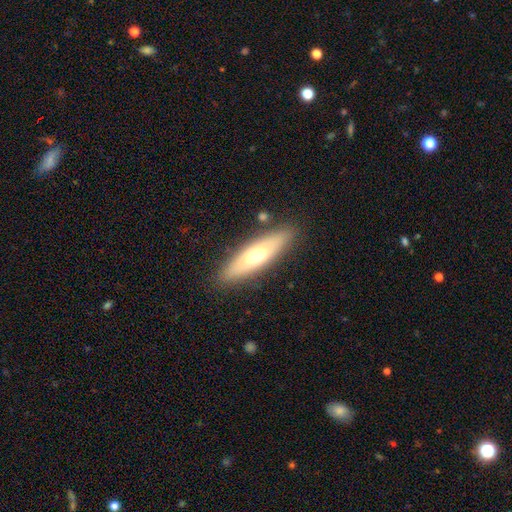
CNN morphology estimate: This is possibly a smooth galaxy (58%). How rounded: likely cigar-shaped (65%). Merging: clearly none (86%).